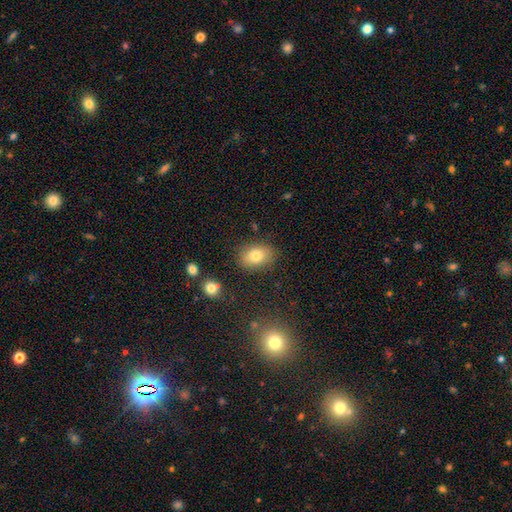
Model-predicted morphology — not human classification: smooth_or_featured: smooth (p=0.79) [alt: featured or disk p=0.12]
how_rounded: in between (p=0.74) [alt: round p=0.24]
merging: none (p=0.83) [alt: minor disturbance p=0.12]